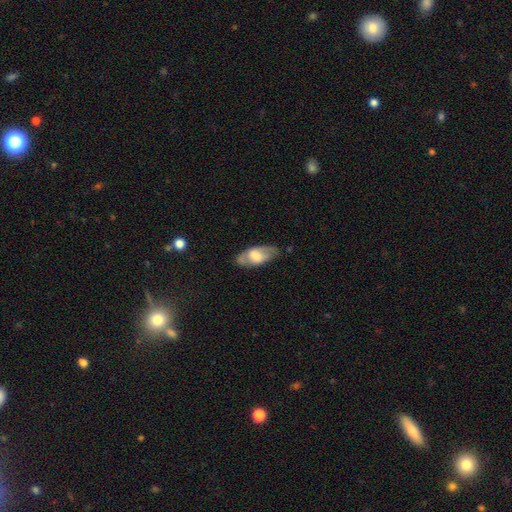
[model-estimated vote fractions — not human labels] Smooth or featured? smooth (51%)
How rounded? in between (86%)
Merging? none (70%)